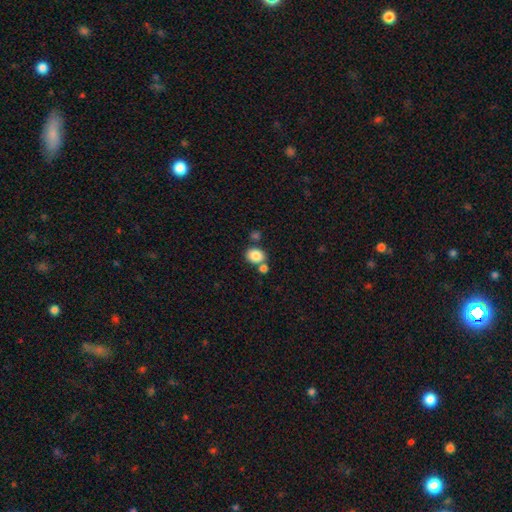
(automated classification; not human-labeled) Smooth or featured? Predicted: smooth (p=0.85). How rounded? Predicted: round (p=0.53). Merging? Predicted: none (p=0.58).